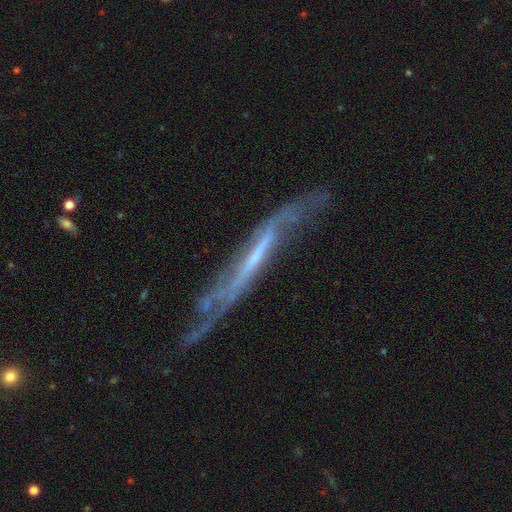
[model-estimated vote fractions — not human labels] A featured or disk galaxy (77%) viewed edge-on (64%).

Vote fractions:
- Smooth or featured? featured or disk: 77% / smooth: 16% / star or artifact: 7%
- Edge-on disk? yes: 64% / no: 36%
- Merging? none: 48% / minor disturbance: 26% / major disturbance: 22% / merger: 4%